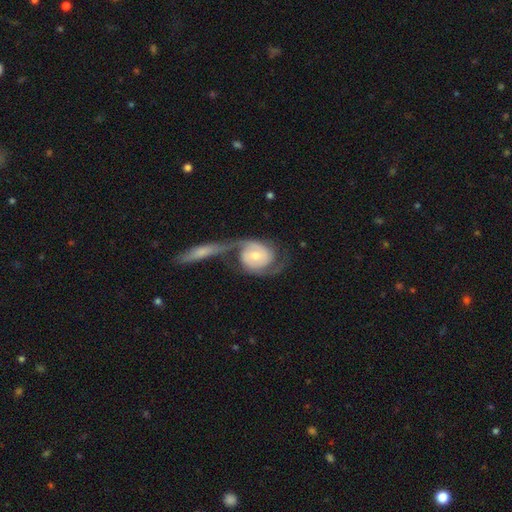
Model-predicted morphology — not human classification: A featured or disk galaxy (80%) with no bar (60%), 2 (83%) medium (41%) spiral arms (94%) and a moderate central bulge (53%). Merging: merger (43%).